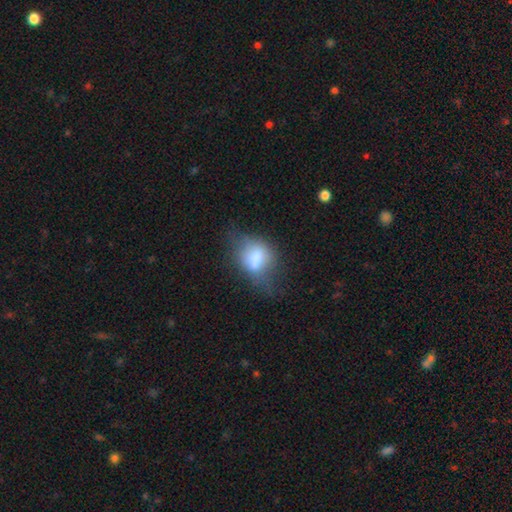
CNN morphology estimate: smooth_or_featured: smooth (p=0.63) [alt: featured or disk p=0.26]
how_rounded: in between (p=0.70) [alt: round p=0.27]
merging: none (p=0.40) [alt: minor disturbance p=0.32]